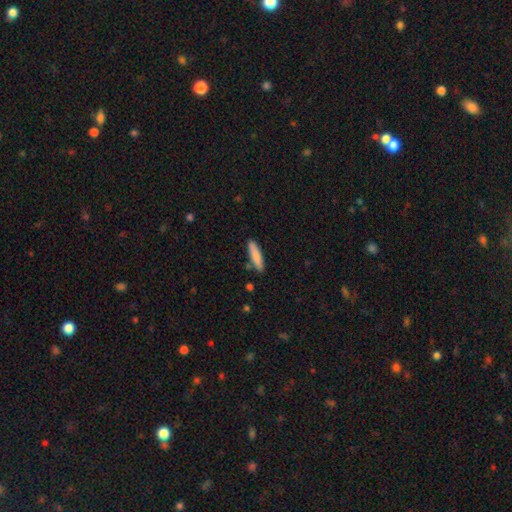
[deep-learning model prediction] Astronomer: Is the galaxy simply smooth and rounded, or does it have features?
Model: smooth — 85%.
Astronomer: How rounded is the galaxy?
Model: cigar-shaped — 77%.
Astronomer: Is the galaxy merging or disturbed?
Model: none — 84%.